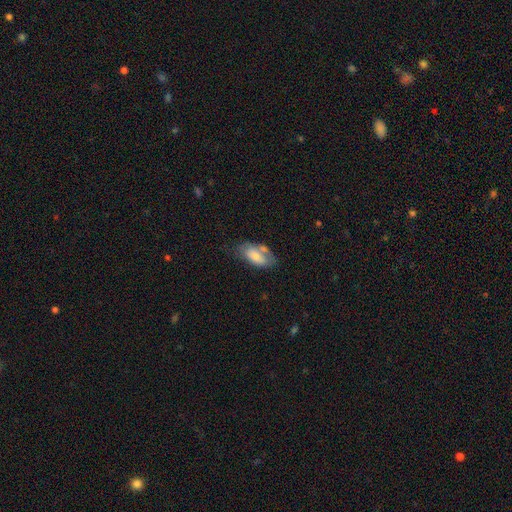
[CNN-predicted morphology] Smooth or featured? smooth (70%)
How rounded? in between (91%)
Merging? none (41%)